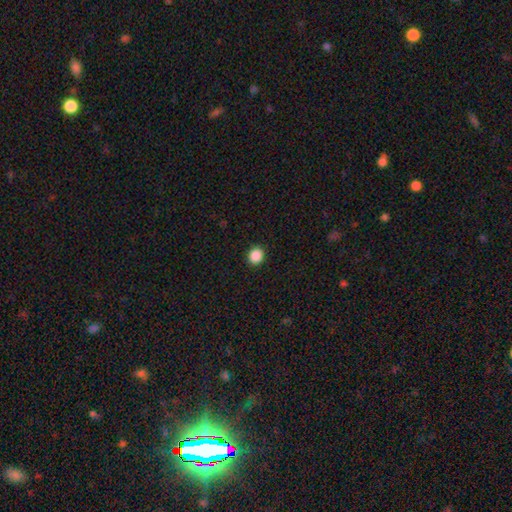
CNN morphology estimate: smooth 88%, star or artifact 9%, featured or disk 2%. Down the decision tree: how rounded — round (78%); merging — none (92%).